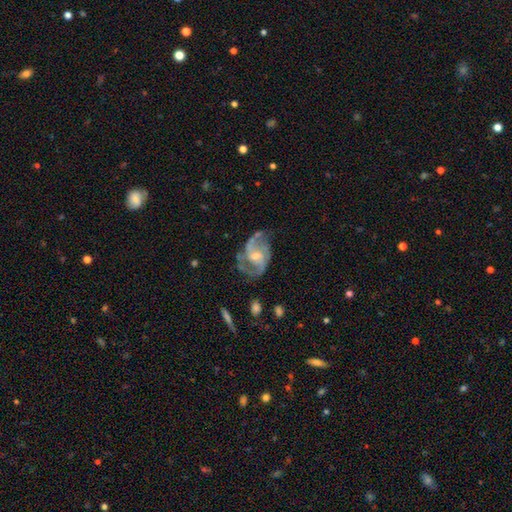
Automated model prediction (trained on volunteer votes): Smooth or featured? Predicted: featured or disk (p=0.86). Edge-on disk? Predicted: no (p=0.97). Bar? Predicted: weak (p=0.45). Spiral arms? Predicted: yes (p=0.95). Spiral winding? Predicted: medium (p=0.53). Spiral arm count? Predicted: 2 (p=0.66). Bulge size? Predicted: moderate (p=0.49). Merging? Predicted: none (p=0.62).